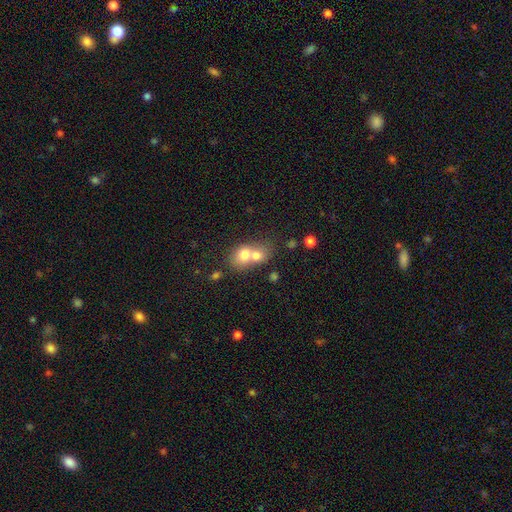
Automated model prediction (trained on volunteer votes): A smooth galaxy with no disk features (69%) that is round (54%). Merging: merger (74%).